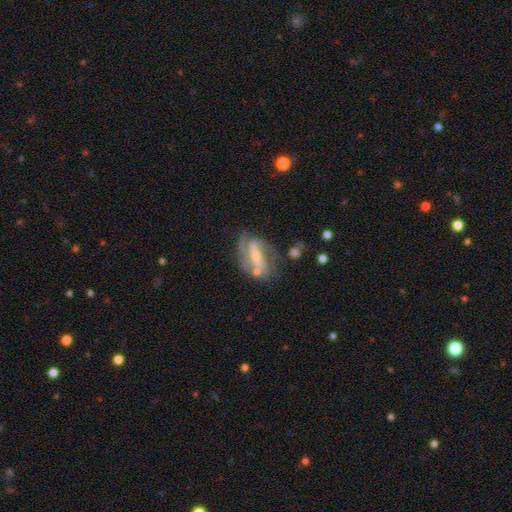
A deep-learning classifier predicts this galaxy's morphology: Overall: featured or disk (73%). Edge-on disk: no (91%). Bar: strong (49%; weak 32%). Spiral arms: yes (80%). Spiral arm count: 2 (60%). Spiral winding: medium (42%; tight 31%). Bulge size: small (55%; moderate 35%). Merging: none (54%; minor disturbance 22%).